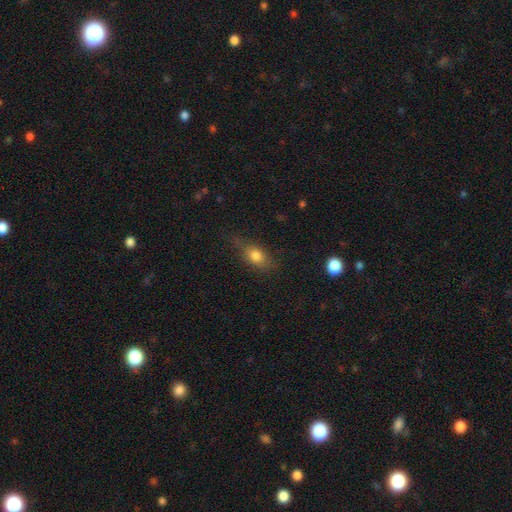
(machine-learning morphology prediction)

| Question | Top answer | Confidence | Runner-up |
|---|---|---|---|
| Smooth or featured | smooth | 75% | featured or disk (15%) |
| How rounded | in between | 72% | round (18%) |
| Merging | none | 64% | minor disturbance (24%) |